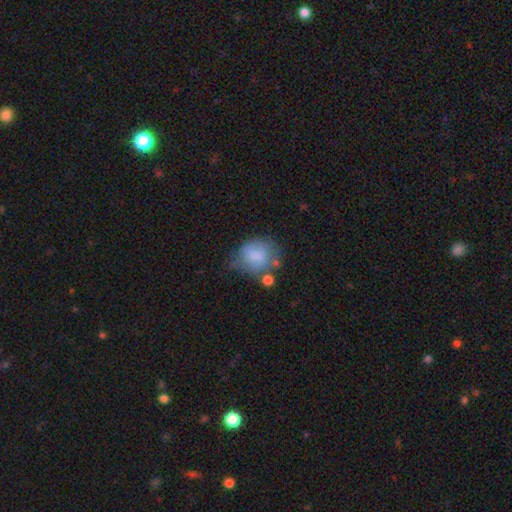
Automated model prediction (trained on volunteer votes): A smooth galaxy with no disk features (73%) that is round (62%). Merging: none (39%).